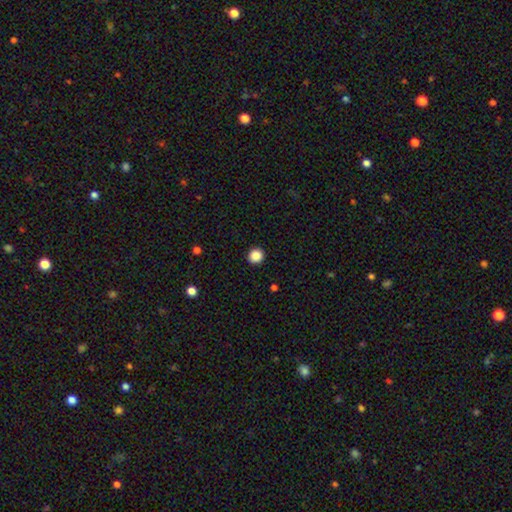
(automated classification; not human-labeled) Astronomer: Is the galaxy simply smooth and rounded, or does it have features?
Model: smooth — 87%.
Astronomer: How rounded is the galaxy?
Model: round — 93%.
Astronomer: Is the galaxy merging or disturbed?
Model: none — 93%.